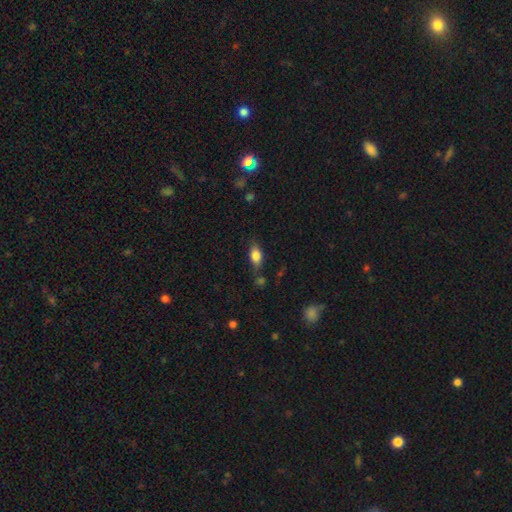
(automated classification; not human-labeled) Overall: smooth (77%). How rounded: in between (83%). Merging: none (67%).